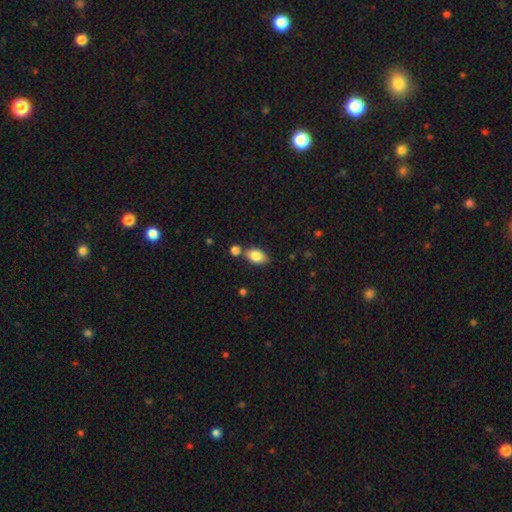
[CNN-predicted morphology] This is clearly a smooth galaxy (83%). How rounded: clearly in between (89%). Merging: likely none (63%).